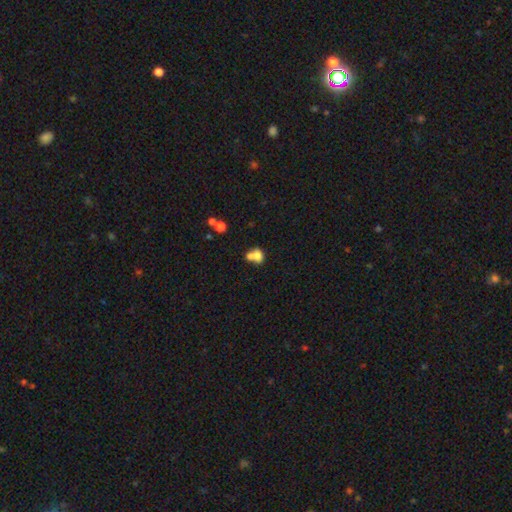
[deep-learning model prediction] Overall: smooth (70%). How rounded: in between (60%; round 38%). Merging: merger (59%; none 23%).